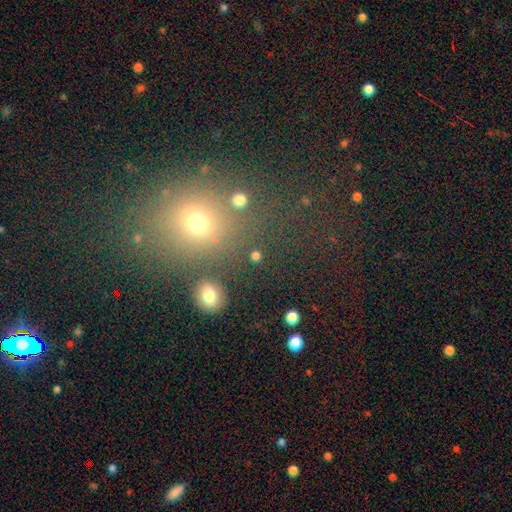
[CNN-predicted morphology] Smooth or featured?
  - smooth: 74% *
  - star or artifact: 20%
  - featured or disk: 6%
How rounded?
  - round: 87% *
  - in between: 11%
  - cigar-shaped: 2%
Merging?
  - none: 85% *
  - minor disturbance: 6%
  - merger: 5%
  - major disturbance: 4%